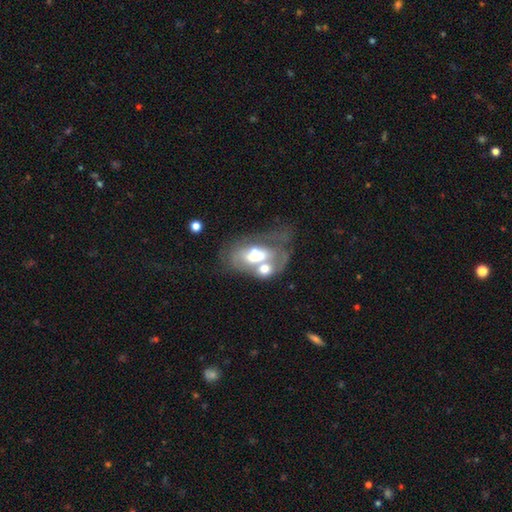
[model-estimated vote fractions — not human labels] Morphology: type=featured or disk (52%); edge-on=no (94%); merging=merger (43%).